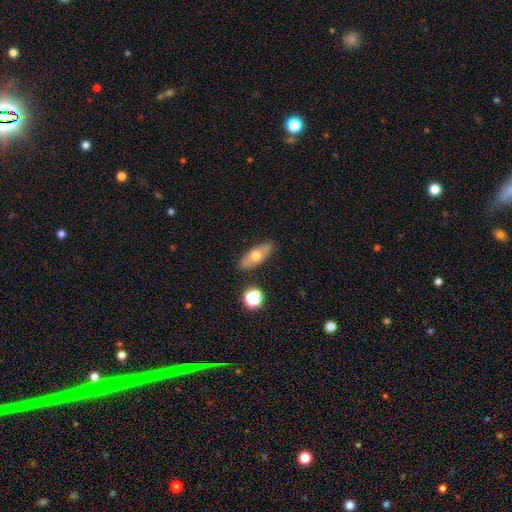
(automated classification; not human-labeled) A smooth galaxy with no disk features (59%) that is in between round and cigar-shaped (70%).

Vote fractions:
- Smooth or featured? smooth: 59% / featured or disk: 33% / star or artifact: 8%
- How rounded? in between: 70% / cigar-shaped: 23% / round: 7%
- Merging? none: 83% / minor disturbance: 12% / major disturbance: 3% / merger: 3%